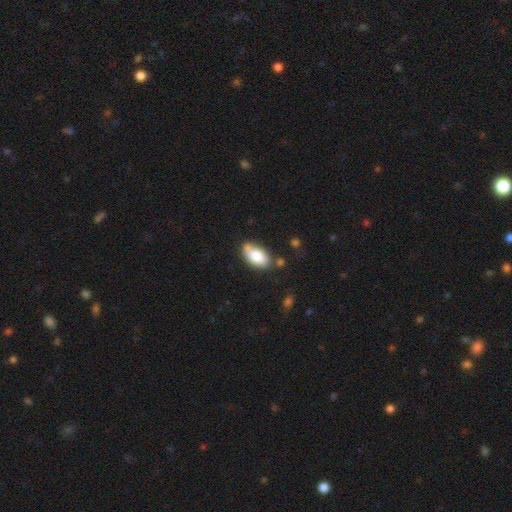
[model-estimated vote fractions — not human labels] Smooth or featured? Predicted: smooth (p=0.79). How rounded? Predicted: in between (p=0.93). Merging? Predicted: none (p=0.66).